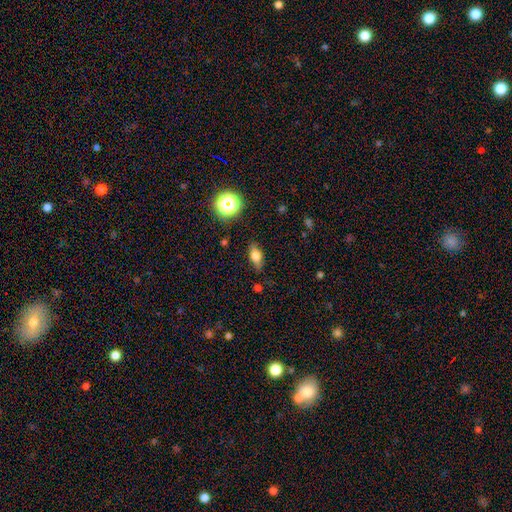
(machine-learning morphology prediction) smooth-or-featured: smooth: 62% | featured or disk: 26% | star or artifact: 12%
  how-rounded: in between: 73% | cigar-shaped: 17% | round: 11%
  merging: none: 83% | minor disturbance: 12% | major disturbance: 3% | merger: 2%